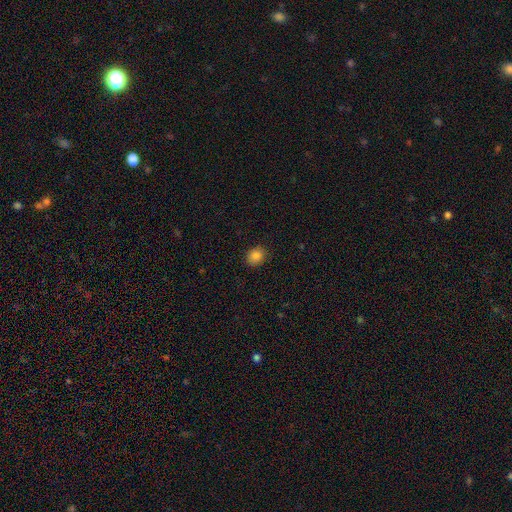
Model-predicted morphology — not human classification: Q: Smooth or featured?
A: smooth (85%); runner-up: star or artifact (11%)
Q: How rounded?
A: round (63%); runner-up: in between (37%)
Q: Merging?
A: none (88%); runner-up: minor disturbance (9%)